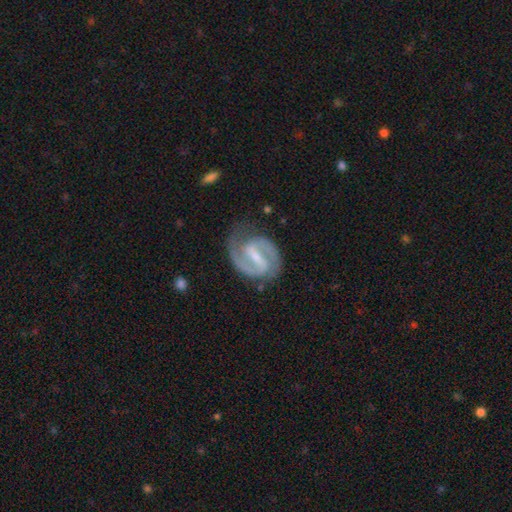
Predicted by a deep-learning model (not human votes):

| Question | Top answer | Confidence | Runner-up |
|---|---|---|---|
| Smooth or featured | featured or disk | 91% | smooth (5%) |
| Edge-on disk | no | 98% | yes (2%) |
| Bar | strong | 62% | weak (31%) |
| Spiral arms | yes | 97% | no (3%) |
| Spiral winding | medium | 53% | tight (37%) |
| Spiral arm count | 2 | 92% | can't tell (3%) |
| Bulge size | small | 54% | moderate (27%) |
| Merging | none | 77% | minor disturbance (15%) |